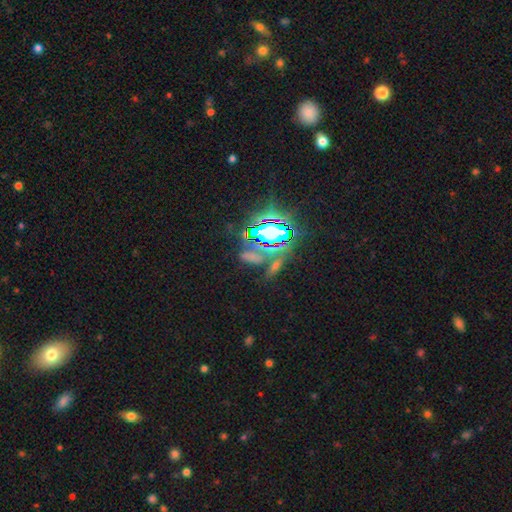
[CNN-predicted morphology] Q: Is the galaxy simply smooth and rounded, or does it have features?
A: star or artifact — 66%.